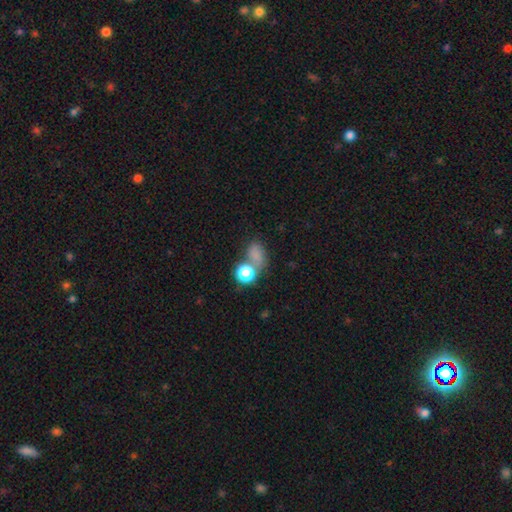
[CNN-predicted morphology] type=smooth (73%); roundness=in between (52%); merging=none (42%).